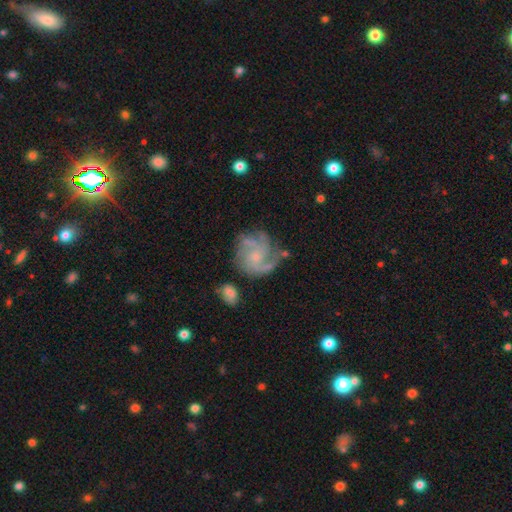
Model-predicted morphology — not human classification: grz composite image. It shows a featured or disk galaxy (85%) with no bar (71%), 3 (42%) medium (46%) spiral arms (96%) and a small central bulge (68%). Merging: none (63%).